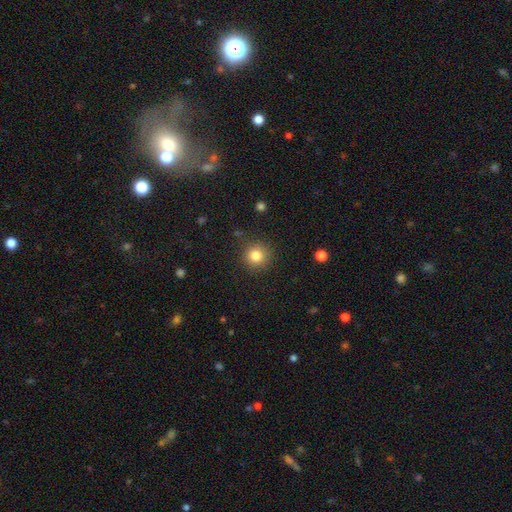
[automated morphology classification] A smooth galaxy with no disk features (83%) that is round (94%).

Vote fractions:
- Smooth or featured? smooth: 83% / star or artifact: 11% / featured or disk: 6%
- How rounded? round: 94% / in between: 5% / cigar-shaped: 1%
- Merging? none: 88% / minor disturbance: 7% / major disturbance: 3% / merger: 2%